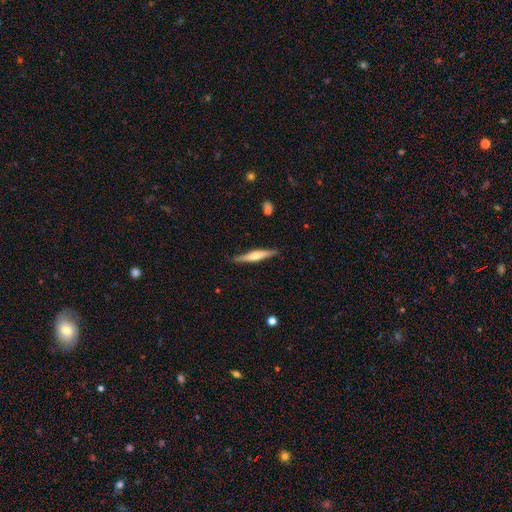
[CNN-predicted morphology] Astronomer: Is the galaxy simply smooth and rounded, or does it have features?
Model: featured or disk — 53% (runner-up: smooth, 42%).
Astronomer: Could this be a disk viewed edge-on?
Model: yes — 97%.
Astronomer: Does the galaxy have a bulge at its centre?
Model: rounded — 68%.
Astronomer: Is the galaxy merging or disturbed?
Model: none — 87%.